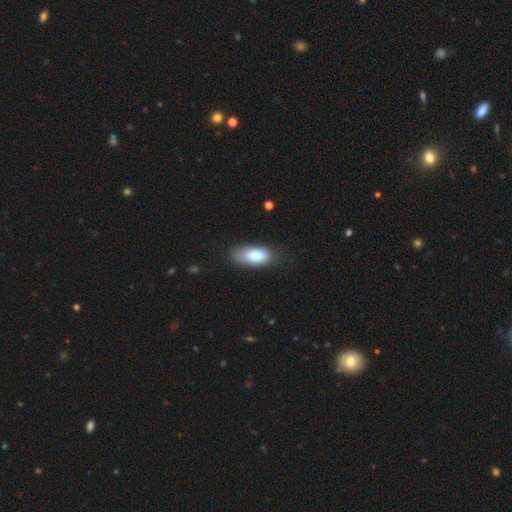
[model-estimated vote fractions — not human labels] The model was most divided on "merging": none: 70%, minor disturbance: 22%, major disturbance: 6%, merger: 2%. More confident: how rounded — in between (87%); smooth or featured — smooth (83%).